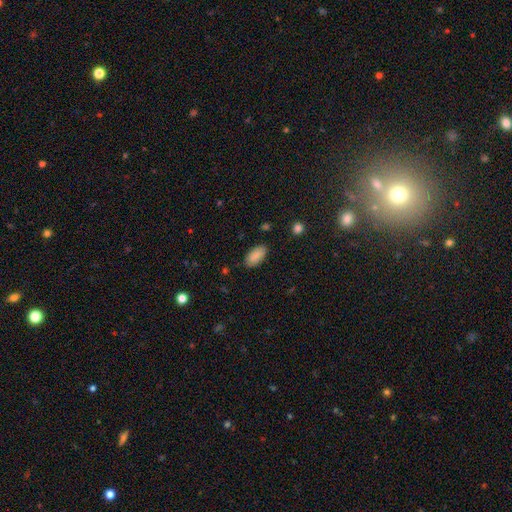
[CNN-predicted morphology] smooth_or_featured: smooth (p=0.87) [alt: star or artifact p=0.07]
how_rounded: in between (p=0.94) [alt: cigar-shaped p=0.03]
merging: none (p=0.85) [alt: minor disturbance p=0.12]